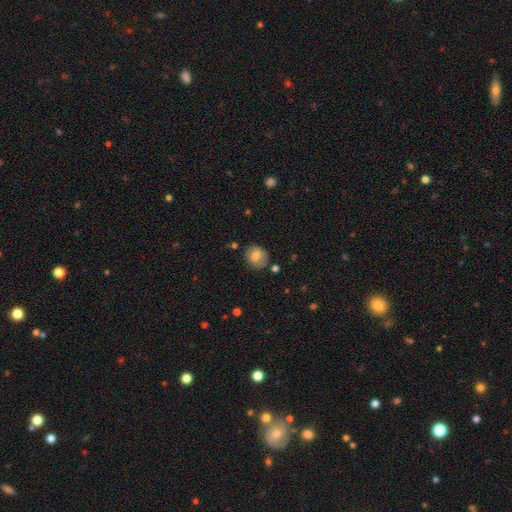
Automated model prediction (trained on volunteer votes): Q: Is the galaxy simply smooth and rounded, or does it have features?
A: smooth — 66%.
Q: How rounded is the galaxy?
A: round — 78%.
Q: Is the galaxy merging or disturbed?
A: none — 78%.